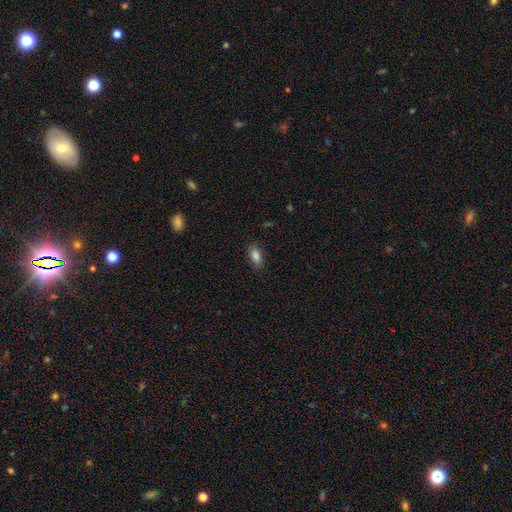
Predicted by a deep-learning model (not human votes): Smooth or featured: smooth — 85% (star or artifact — 8%)
How rounded: in between — 86% (cigar-shaped — 10%)
Merging: none — 86% (minor disturbance — 11%)